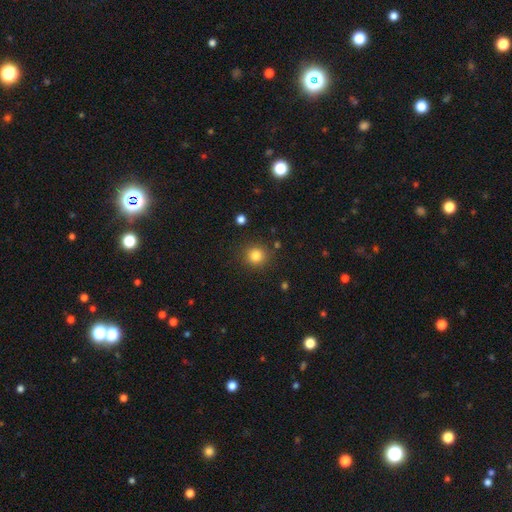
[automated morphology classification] smooth 83%, star or artifact 12%, featured or disk 5%. Down the decision tree: how rounded — round (91%); merging — none (87%).